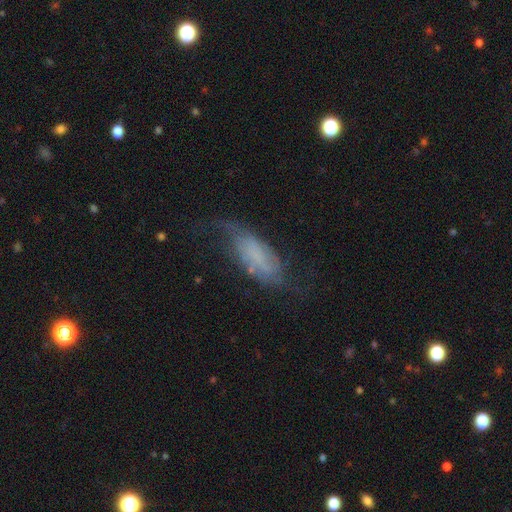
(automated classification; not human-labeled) This is possibly a featured or disk galaxy (49%). Merging: marginally none (40%).